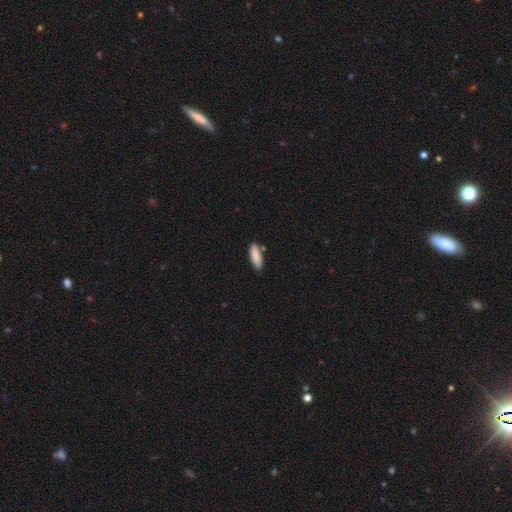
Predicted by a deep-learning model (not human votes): Smooth or featured: smooth — 88% (star or artifact — 6%)
How rounded: in between — 58% (cigar-shaped — 41%)
Merging: none — 83% (minor disturbance — 11%)